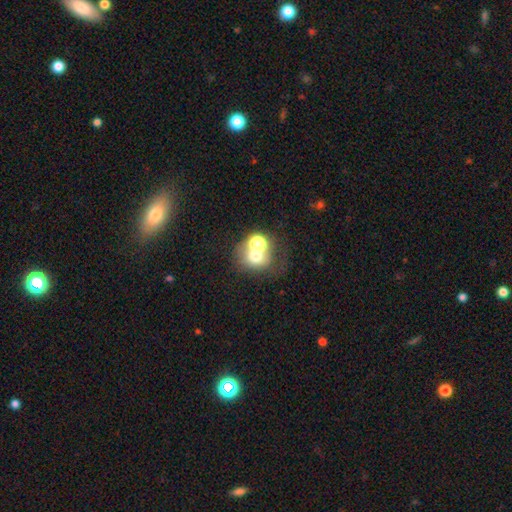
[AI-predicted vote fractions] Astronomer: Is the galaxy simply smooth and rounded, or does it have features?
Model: smooth — 64%.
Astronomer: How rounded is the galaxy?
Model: round — 70%.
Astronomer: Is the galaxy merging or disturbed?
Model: merger — 45% (runner-up: none, 37%).